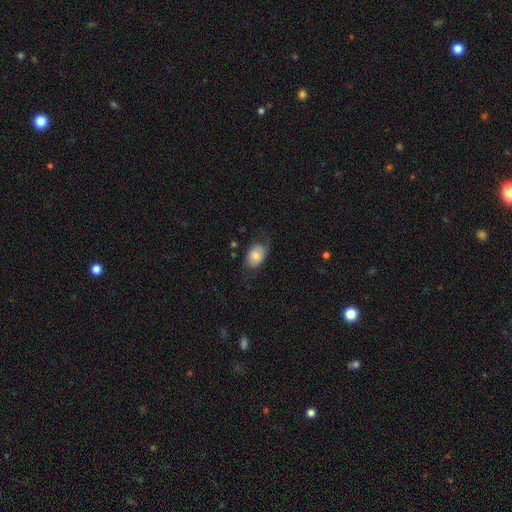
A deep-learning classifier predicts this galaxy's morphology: A smooth galaxy with no disk features (69%) that is in between round and cigar-shaped (79%).

Vote fractions:
- Smooth or featured? smooth: 69% / featured or disk: 24% / star or artifact: 8%
- How rounded? in between: 79% / round: 19% / cigar-shaped: 1%
- Merging? none: 63% / minor disturbance: 24% / major disturbance: 12% / merger: 1%